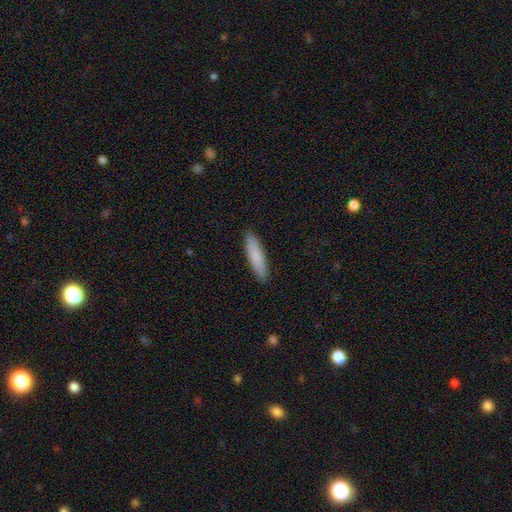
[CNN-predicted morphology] type=smooth (85%); roundness=cigar-shaped (78%); merging=none (91%).